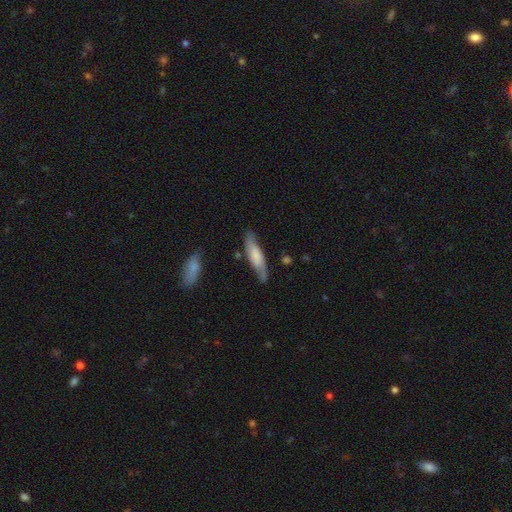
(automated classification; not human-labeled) A smooth galaxy with no disk features (49%). Merging: none (71%).